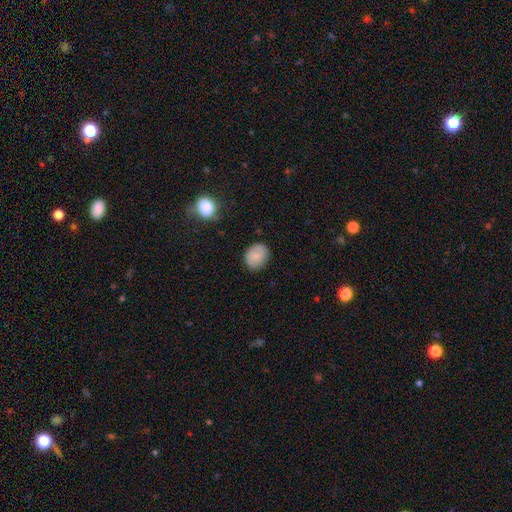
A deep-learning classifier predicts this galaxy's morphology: The model was most divided on "how rounded": round: 58%, in between: 41%, cigar-shaped: 1%. More confident: merging — none (83%); smooth or featured — smooth (82%).